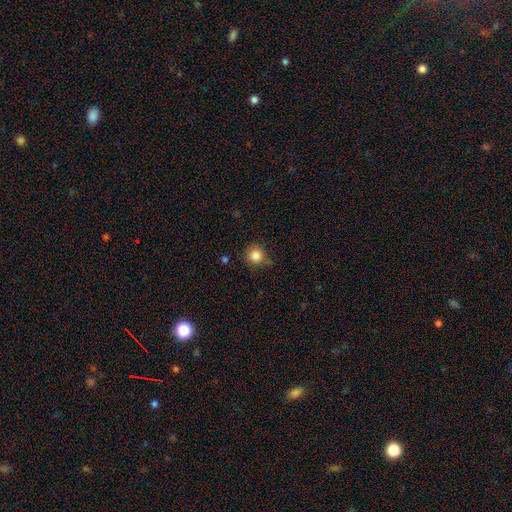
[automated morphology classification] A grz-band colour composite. It shows a smooth galaxy with no disk features (85%) that is round (91%). Merging: none (75%).